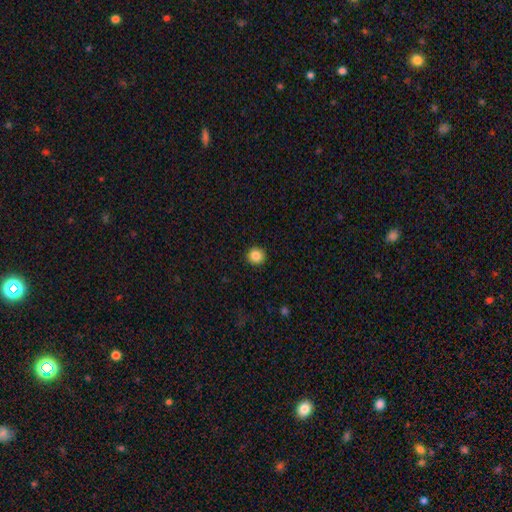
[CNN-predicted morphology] This is clearly a smooth galaxy (85%). How rounded: clearly round (95%). Merging: clearly none (92%).